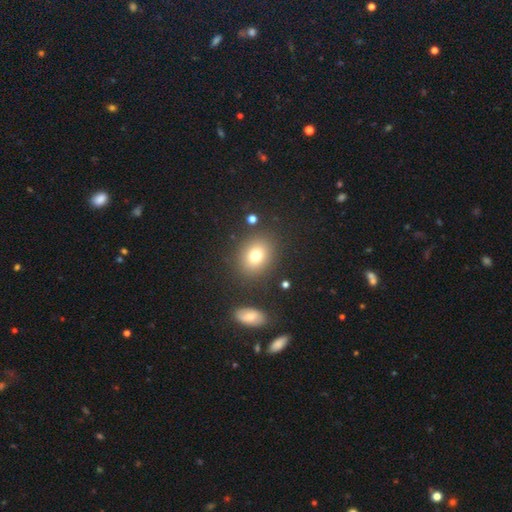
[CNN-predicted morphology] Smooth or featured? Predicted: smooth (p=0.76). How rounded? Predicted: round (p=0.59). Merging? Predicted: none (p=0.84).